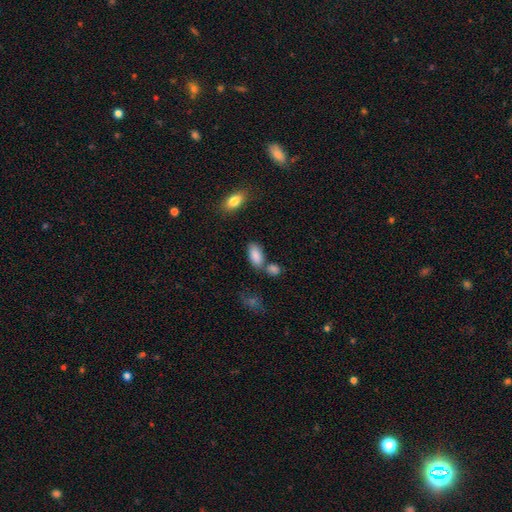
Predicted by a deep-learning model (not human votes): The model was most divided on "merging": none: 61%, merger: 20%, minor disturbance: 14%, major disturbance: 5%. More confident: how rounded — in between (92%); smooth or featured — smooth (87%).